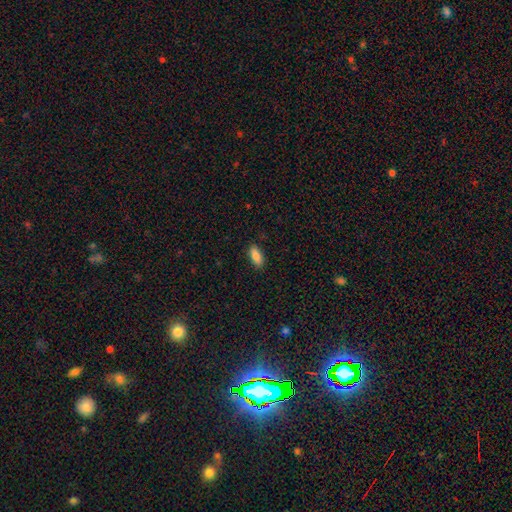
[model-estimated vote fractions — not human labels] Smooth or featured? Predicted: smooth (p=0.85). How rounded? Predicted: in between (p=0.85). Merging? Predicted: none (p=0.87).